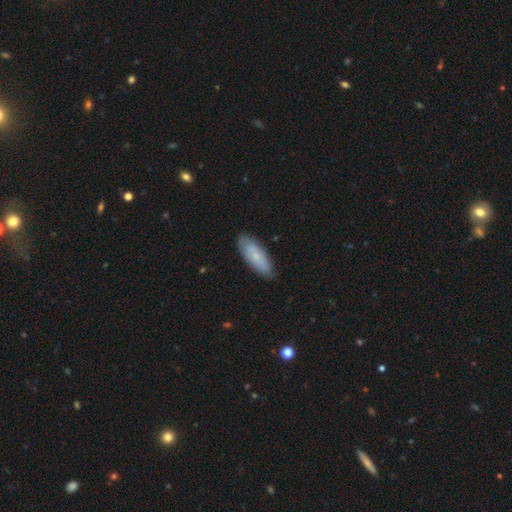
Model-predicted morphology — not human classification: Smooth or featured?
  - smooth: 69% *
  - featured or disk: 25%
  - star or artifact: 6%
How rounded?
  - in between: 70% *
  - cigar-shaped: 28%
  - round: 2%
Merging?
  - none: 82% *
  - minor disturbance: 15%
  - major disturbance: 2%
  - merger: 1%